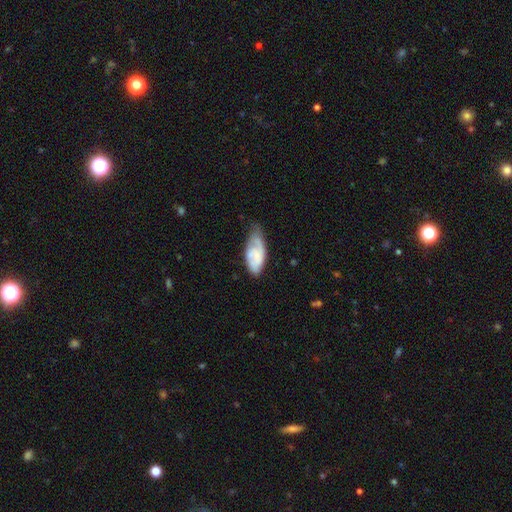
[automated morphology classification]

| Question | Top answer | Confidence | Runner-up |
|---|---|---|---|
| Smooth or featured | featured or disk | 47% | tied: smooth (47%) |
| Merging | minor disturbance | 42% | none (37%) |